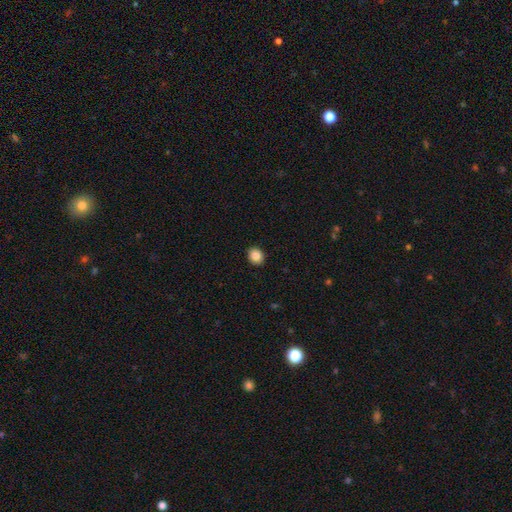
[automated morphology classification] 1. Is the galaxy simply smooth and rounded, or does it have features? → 86% smooth, 9% star or artifact, 4% featured or disk.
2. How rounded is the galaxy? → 69% round, 31% in between, 1% cigar-shaped.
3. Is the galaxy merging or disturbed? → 92% none, 6% minor disturbance, 2% major disturbance, 1% merger.